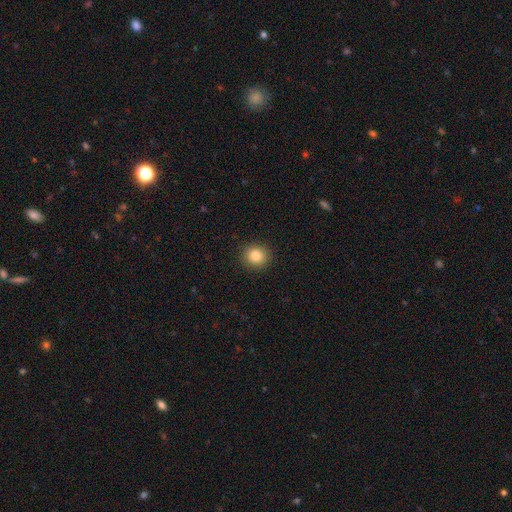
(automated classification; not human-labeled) A smooth galaxy with no disk features (84%) that is round (85%).

Vote fractions:
- Smooth or featured? smooth: 84% / star or artifact: 11% / featured or disk: 6%
- How rounded? round: 85% / in between: 15% / cigar-shaped: 1%
- Merging? none: 91% / minor disturbance: 6% / major disturbance: 2% / merger: 1%